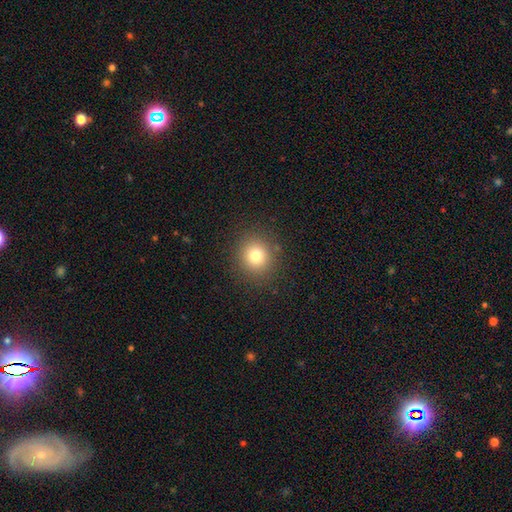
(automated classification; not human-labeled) smooth 78%, star or artifact 14%, featured or disk 8%. Down the decision tree: how rounded — round (88%); merging — none (89%).